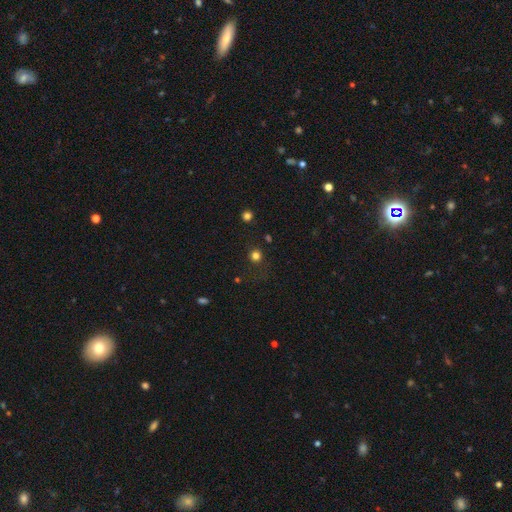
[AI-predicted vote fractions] The model was most divided on "smooth or featured": smooth: 75%, star or artifact: 21%, featured or disk: 5%. More confident: how rounded — round (93%); merging — none (83%).